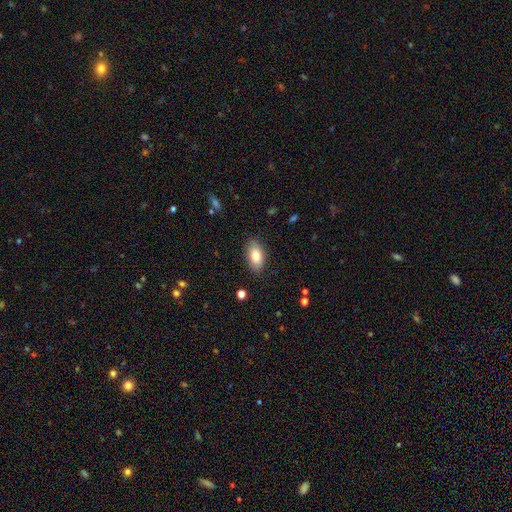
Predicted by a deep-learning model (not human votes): smooth 81%, featured or disk 12%, star or artifact 7%. Down the decision tree: how rounded — in between (92%); merging — none (86%).